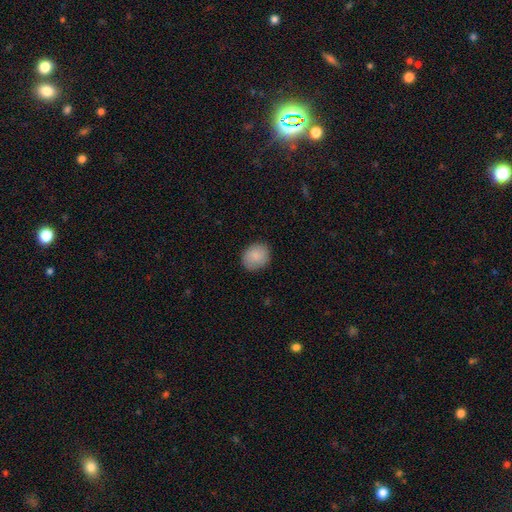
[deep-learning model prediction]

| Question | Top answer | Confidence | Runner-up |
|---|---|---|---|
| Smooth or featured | smooth | 87% | star or artifact (7%) |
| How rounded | round | 62% | in between (37%) |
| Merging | none | 86% | minor disturbance (11%) |